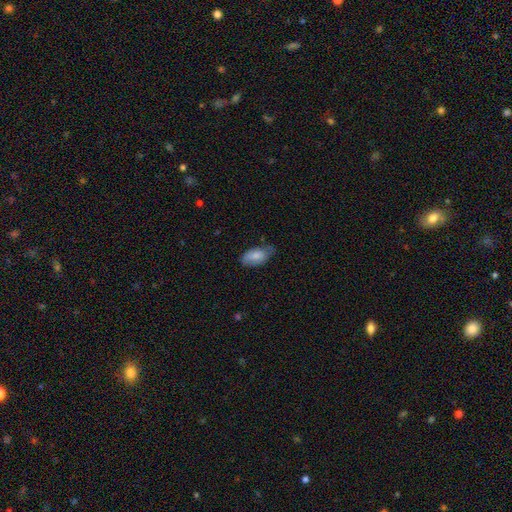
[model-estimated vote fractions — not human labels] Morphology: type=smooth (78%); roundness=in between (92%); merging=none (60%).